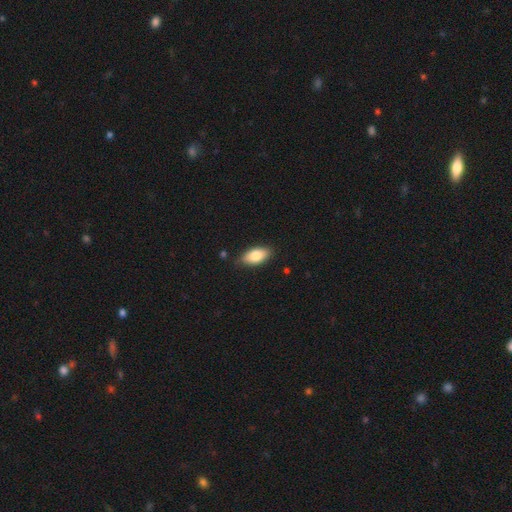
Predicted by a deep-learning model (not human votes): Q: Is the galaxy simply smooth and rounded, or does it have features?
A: smooth — 80%.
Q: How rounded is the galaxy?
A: in between — 90%.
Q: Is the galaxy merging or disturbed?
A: none — 82%.